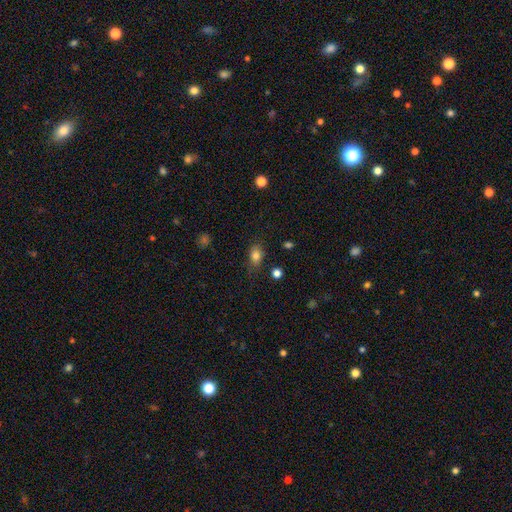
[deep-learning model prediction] Overall: smooth (81%). How rounded: in between (74%). Merging: none (72%).